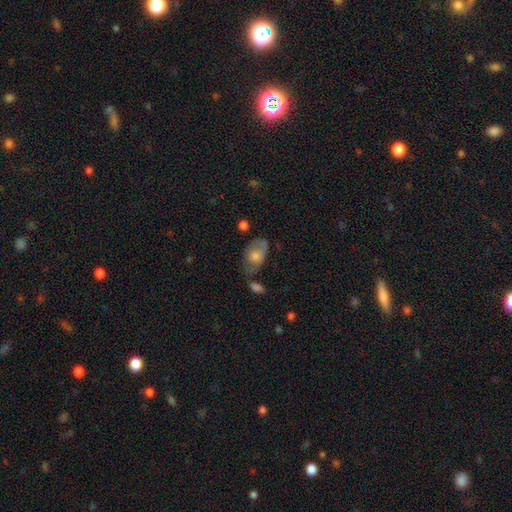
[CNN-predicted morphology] A smooth galaxy with no disk features (55%) that is in between round and cigar-shaped (86%).

Vote fractions:
- Smooth or featured? smooth: 55% / featured or disk: 36% / star or artifact: 9%
- How rounded? in between: 86% / round: 12% / cigar-shaped: 2%
- Merging? none: 43% / minor disturbance: 30% / major disturbance: 17% / merger: 11%